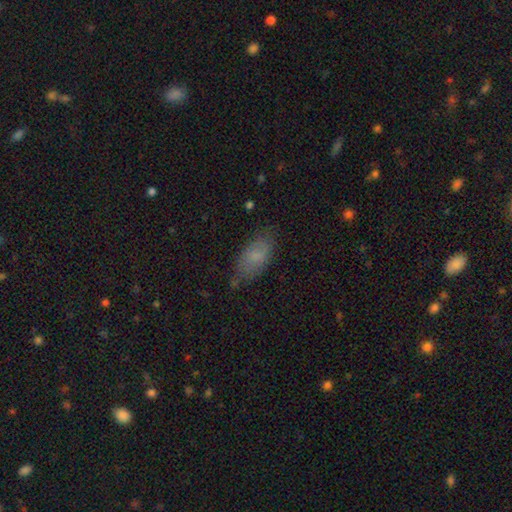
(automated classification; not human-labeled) Q: Smooth or featured?
A: smooth (76%); runner-up: featured or disk (16%)
Q: How rounded?
A: in between (88%); runner-up: cigar-shaped (9%)
Q: Merging?
A: none (70%); runner-up: minor disturbance (22%)